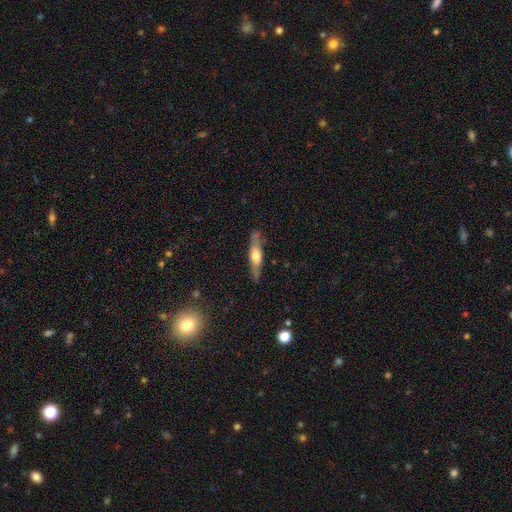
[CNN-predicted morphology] Smooth or featured: featured or disk — 58% (smooth — 36%)
Edge-on disk: yes — 91% (no — 9%)
Edge-on bulge: rounded — 83% (boxy — 12%)
Merging: none — 84% (minor disturbance — 12%)